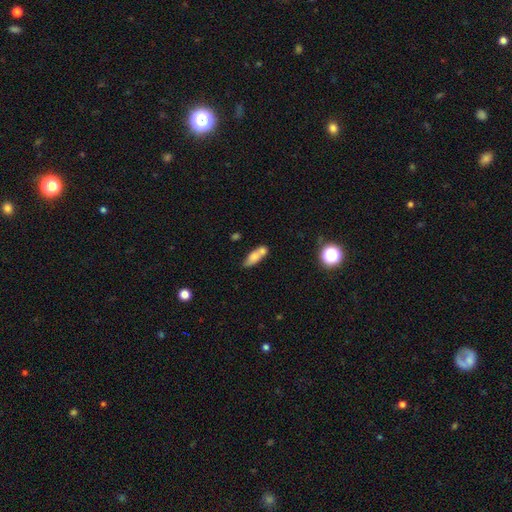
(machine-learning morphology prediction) This is likely a smooth galaxy (70%). How rounded: likely in between (63%). Merging: marginally none (43%).